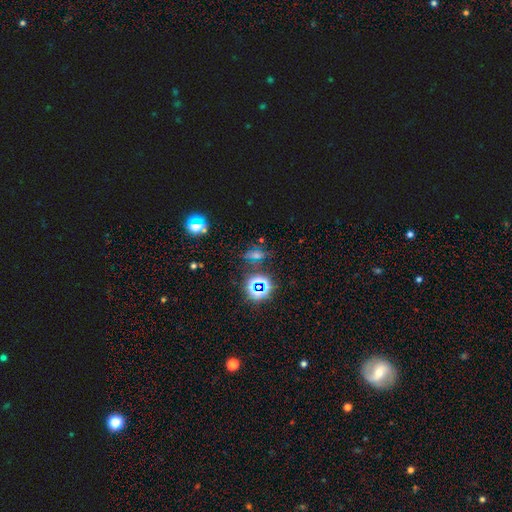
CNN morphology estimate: Q: Smooth or featured?
A: star or artifact (61%); runner-up: smooth (23%)